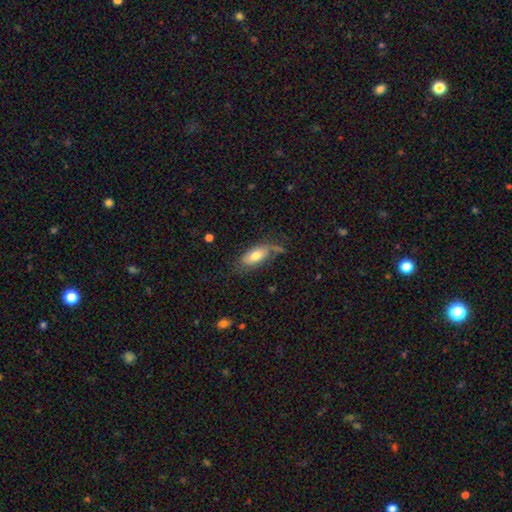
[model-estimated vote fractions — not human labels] Smooth or featured? Predicted: smooth (p=0.65). How rounded? Predicted: in between (p=0.86). Merging? Predicted: none (p=0.52).